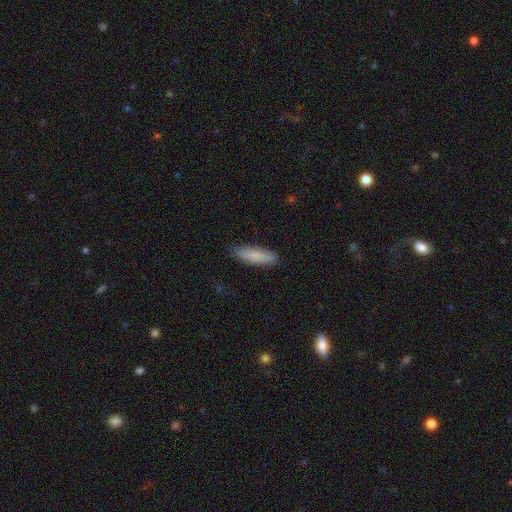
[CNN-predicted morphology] smooth 84%, featured or disk 10%, star or artifact 6%. Down the decision tree: how rounded — cigar-shaped (61%); merging — none (87%).